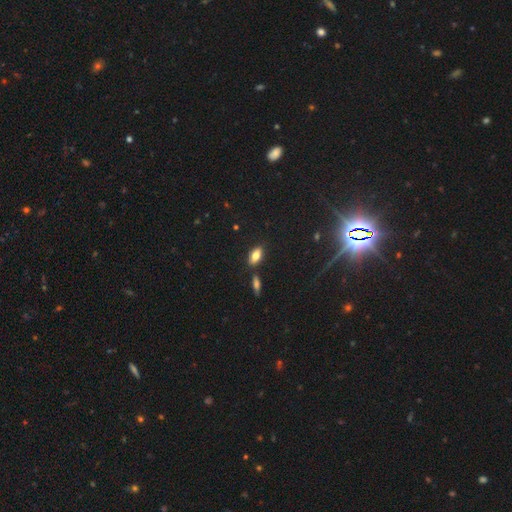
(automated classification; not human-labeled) This is likely a smooth galaxy (77%). How rounded: clearly in between (88%). Merging: likely none (79%).